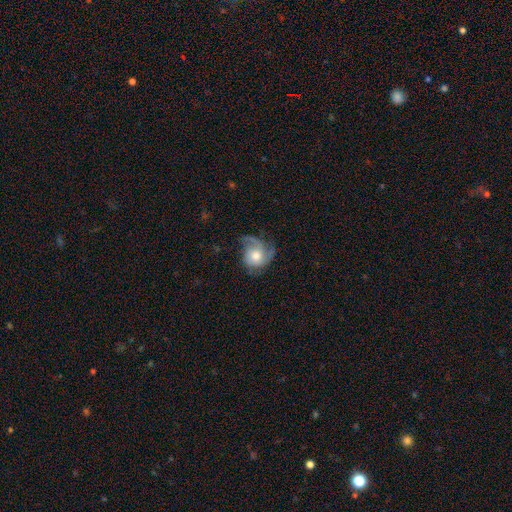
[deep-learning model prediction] This is possibly a featured or disk galaxy (57%). It is clearly not viewed edge-on (97%). Bar: clearly no (81%). Spiral arm pattern: clearly yes (86%). Central bulge: likely moderate (65%). Merging: marginally none (43%).